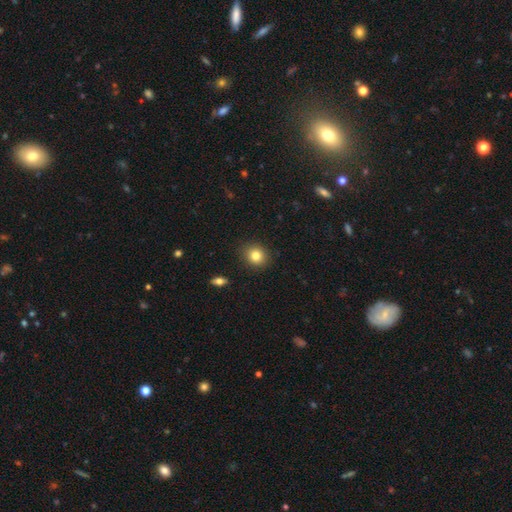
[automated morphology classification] Smooth or featured?
  - smooth: 82% *
  - star or artifact: 11%
  - featured or disk: 8%
How rounded?
  - round: 79% *
  - in between: 20%
  - cigar-shaped: 1%
Merging?
  - none: 89% *
  - minor disturbance: 7%
  - major disturbance: 2%
  - merger: 1%